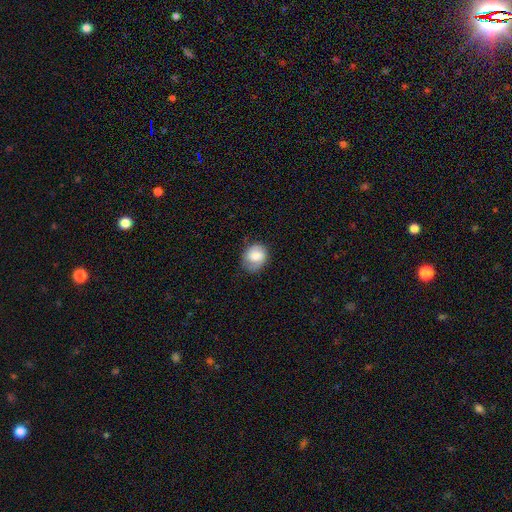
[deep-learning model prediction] A smooth galaxy with no disk features (68%) that is round (61%). Merging: none (69%).